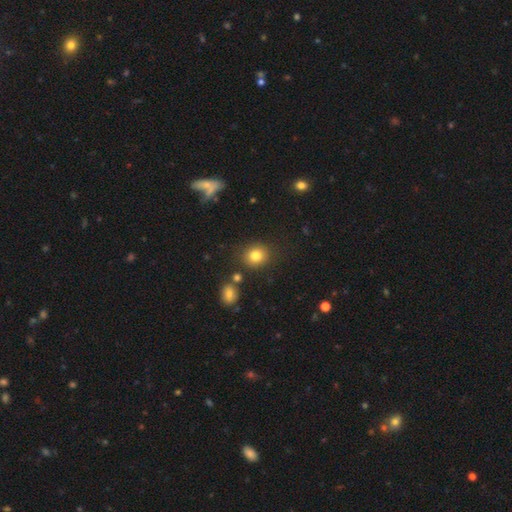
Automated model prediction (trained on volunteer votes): smooth-or-featured: smooth: 82% | star or artifact: 12% | featured or disk: 7%
  how-rounded: round: 75% | in between: 24% | cigar-shaped: 1%
  merging: none: 83% | minor disturbance: 9% | merger: 5% | major disturbance: 3%